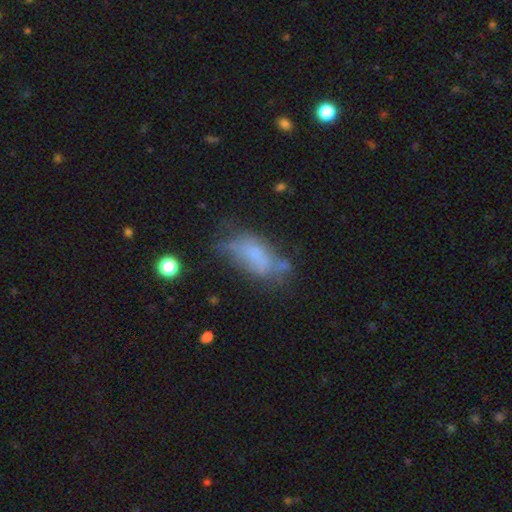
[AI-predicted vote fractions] Smooth or featured? smooth (53%)
How rounded? in between (84%)
Merging? none (32%)